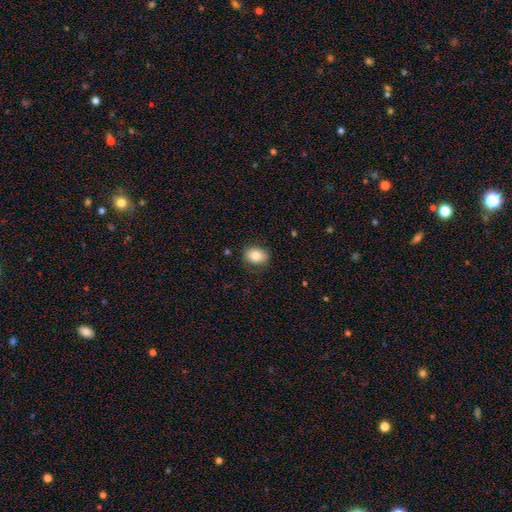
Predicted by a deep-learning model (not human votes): smooth 82%, featured or disk 9%, star or artifact 8%. Down the decision tree: how rounded — in between (67%); merging — none (82%).